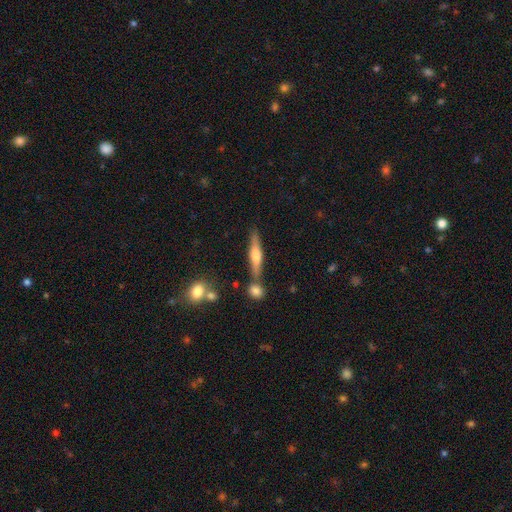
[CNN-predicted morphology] This is possibly a featured or disk galaxy (50%). Merging: likely none (74%).